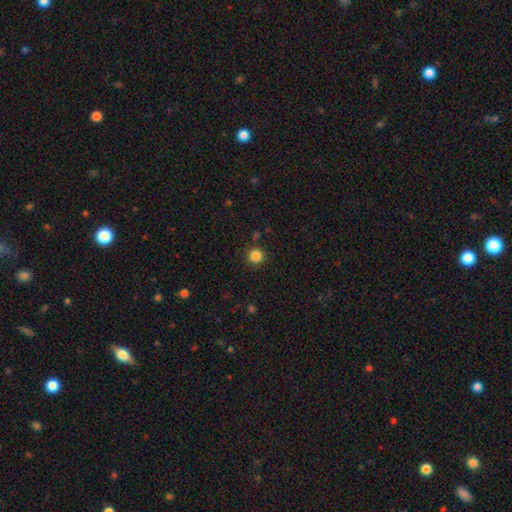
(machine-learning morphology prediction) Smooth or featured? Predicted: smooth (p=0.85). How rounded? Predicted: round (p=0.95). Merging? Predicted: none (p=0.90).